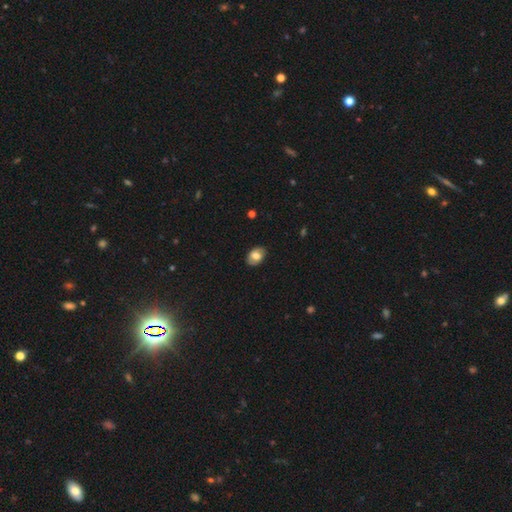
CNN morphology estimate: A smooth galaxy with no disk features (71%) that is in between round and cigar-shaped (85%).

Vote fractions:
- Smooth or featured? smooth: 71% / featured or disk: 22% / star or artifact: 7%
- How rounded? in between: 85% / round: 13% / cigar-shaped: 1%
- Merging? none: 85% / minor disturbance: 12% / major disturbance: 2% / merger: 1%